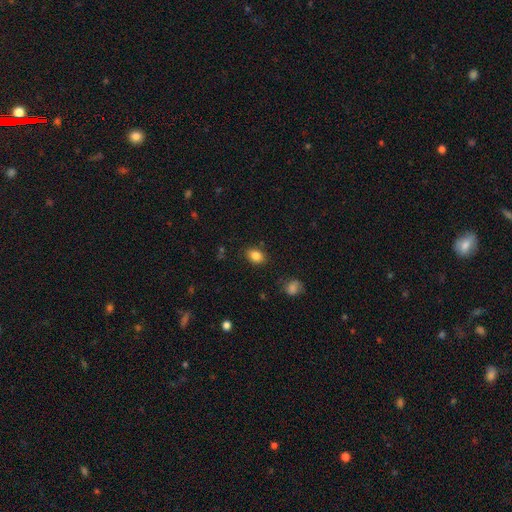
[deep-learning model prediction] smooth-or-featured: smooth: 85% | star or artifact: 10% | featured or disk: 5%
  how-rounded: in between: 69% | round: 30% | cigar-shaped: 1%
  merging: none: 84% | minor disturbance: 11% | major disturbance: 3% | merger: 2%